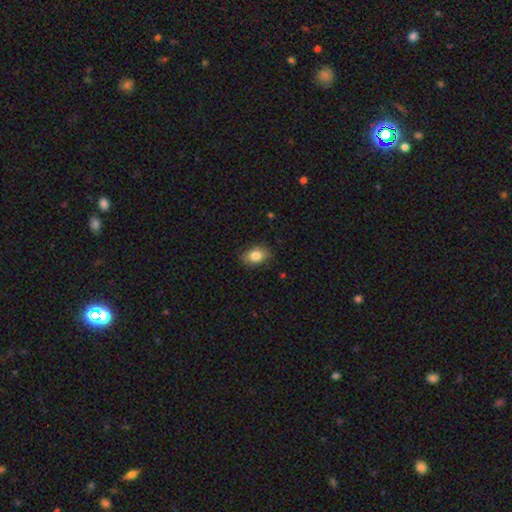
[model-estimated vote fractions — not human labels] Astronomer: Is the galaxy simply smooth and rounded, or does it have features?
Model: smooth — 83%.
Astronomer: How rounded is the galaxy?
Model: in between — 82%.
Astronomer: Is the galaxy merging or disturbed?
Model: none — 81%.